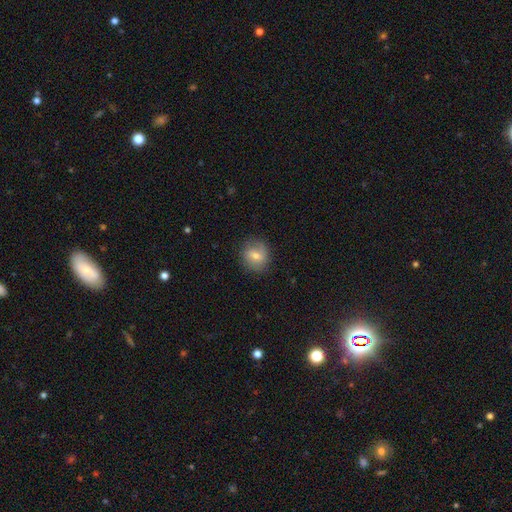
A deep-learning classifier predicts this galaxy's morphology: The model was most divided on "smooth or featured": smooth: 60%, featured or disk: 31%, star or artifact: 9%. More confident: merging — none (81%); how rounded — round (79%).